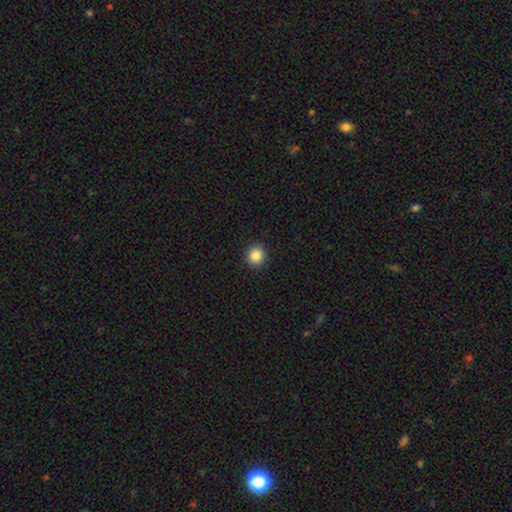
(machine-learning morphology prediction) type=smooth (86%); roundness=round (91%); merging=none (93%).